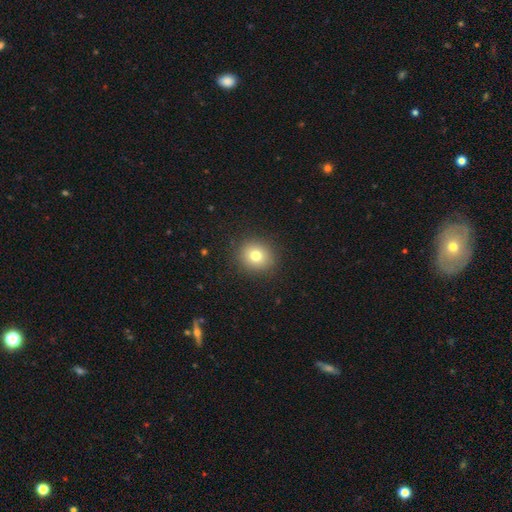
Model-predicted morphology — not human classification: A smooth galaxy with no disk features (76%) that is round (84%). Merging: none (90%).